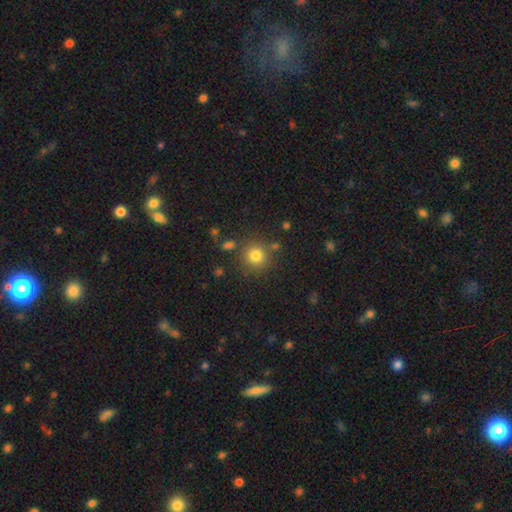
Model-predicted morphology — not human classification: Overall: smooth (80%). How rounded: round (92%). Merging: none (81%).